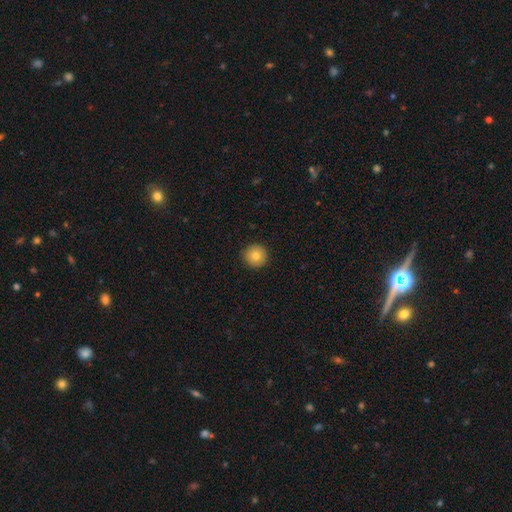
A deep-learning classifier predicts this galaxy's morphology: Overall: smooth (82%). How rounded: round (95%). Merging: none (92%).